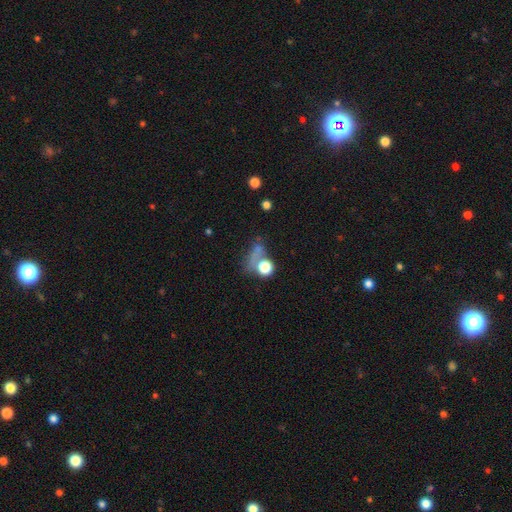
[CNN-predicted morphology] smooth 55%, star or artifact 31%, featured or disk 15%. Down the decision tree: how rounded — round (67%); merging — none (47%).